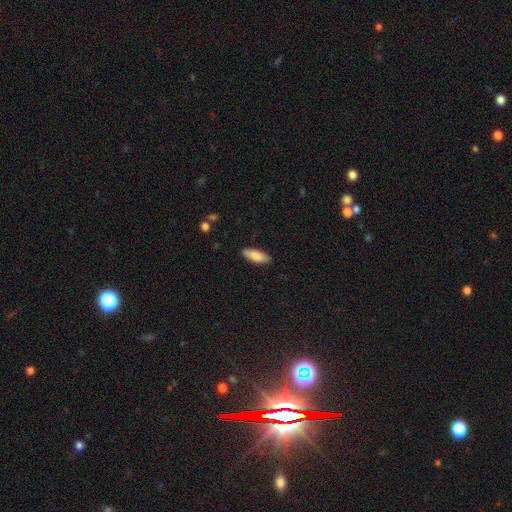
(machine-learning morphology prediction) type=smooth (84%); roundness=in between (70%); merging=none (87%).